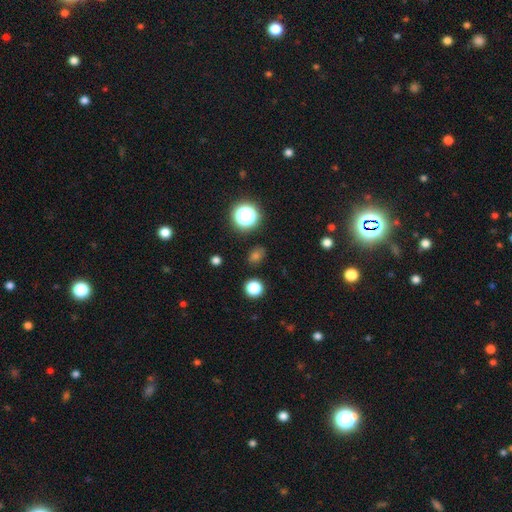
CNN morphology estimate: smooth_or_featured: smooth (p=0.63) [alt: star or artifact p=0.30]
how_rounded: round (p=0.57) [alt: in between p=0.41]
merging: none (p=0.87) [alt: minor disturbance p=0.08]